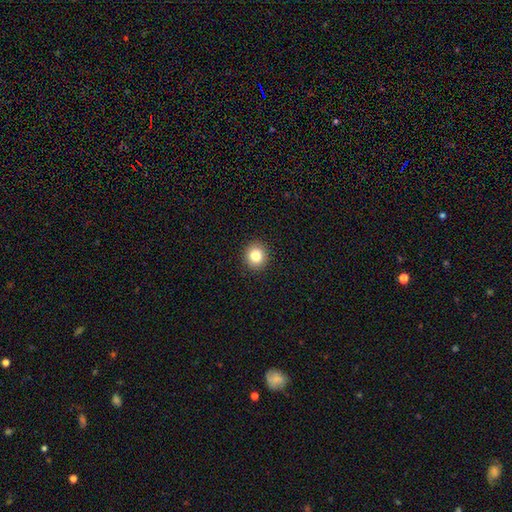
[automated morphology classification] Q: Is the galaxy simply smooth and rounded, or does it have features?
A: smooth — 82%.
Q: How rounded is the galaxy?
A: round — 86%.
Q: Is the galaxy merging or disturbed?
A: none — 93%.